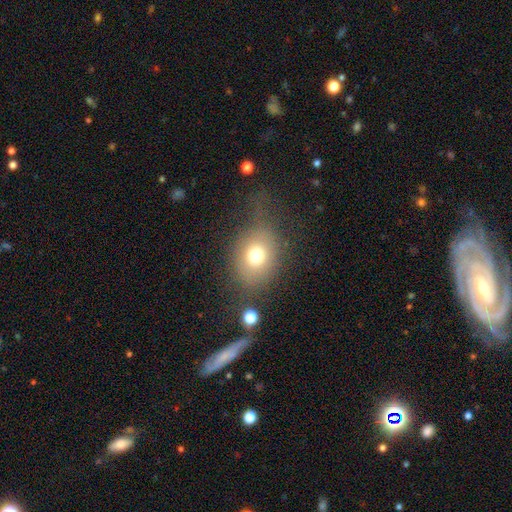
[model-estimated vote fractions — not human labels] smooth_or_featured: smooth (p=0.72) [alt: featured or disk p=0.15]
how_rounded: round (p=0.51) [alt: in between p=0.48]
merging: none (p=0.53) [alt: minor disturbance p=0.22]